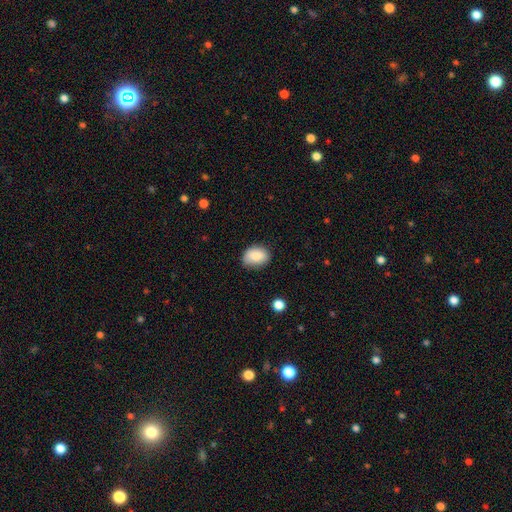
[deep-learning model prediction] Overall: smooth (86%). How rounded: in between (70%). Merging: none (74%).